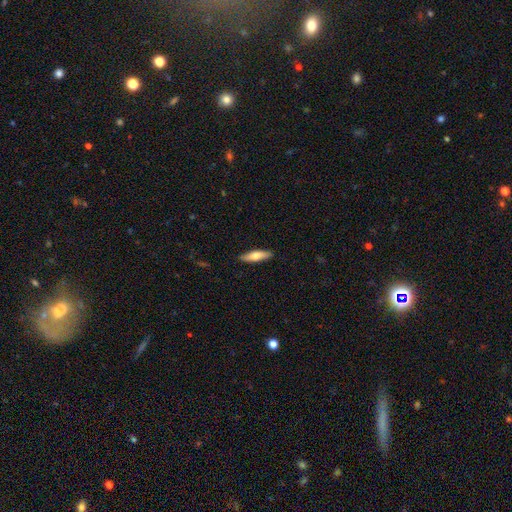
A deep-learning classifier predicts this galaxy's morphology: A smooth galaxy with no disk features (66%) that is cigar-shaped (67%).

Vote fractions:
- Smooth or featured? smooth: 66% / featured or disk: 29% / star or artifact: 5%
- How rounded? cigar-shaped: 67% / in between: 31% / round: 2%
- Merging? none: 89% / minor disturbance: 8% / major disturbance: 2% / merger: 1%